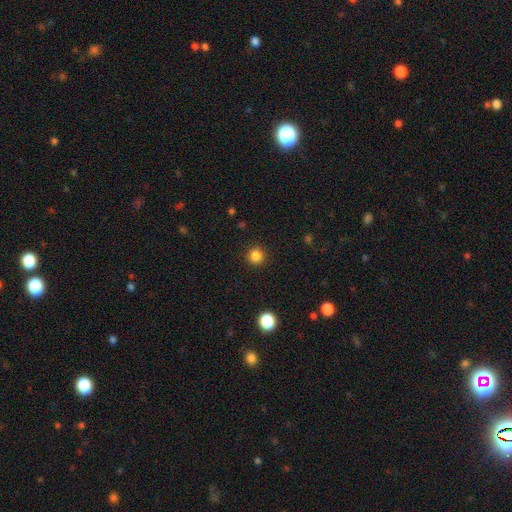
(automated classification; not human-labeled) Morphology: type=smooth (84%); roundness=round (95%); merging=none (92%).